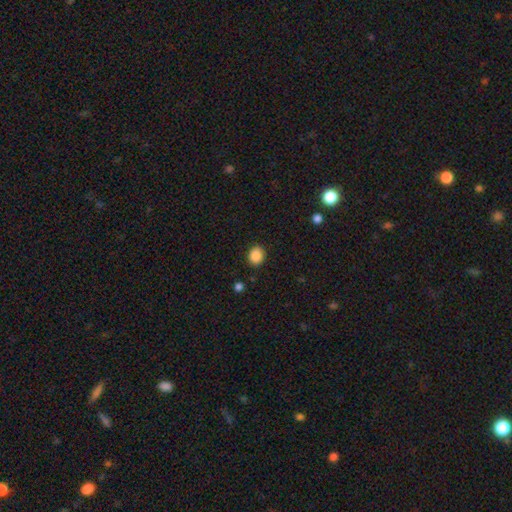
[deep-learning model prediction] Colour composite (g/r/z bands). It shows a smooth galaxy with no disk features (87%) that is round (63%). Merging: none (87%).